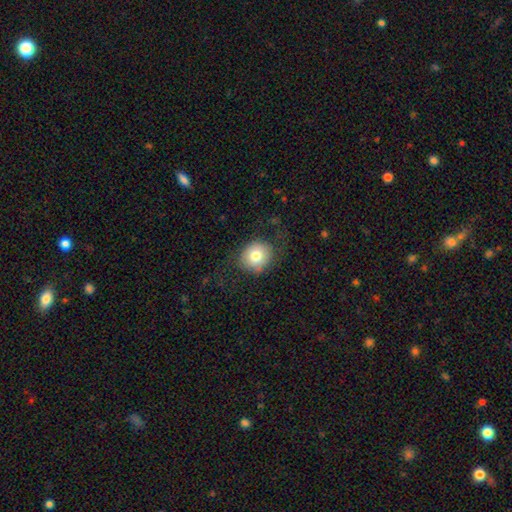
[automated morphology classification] Smooth or featured: smooth — 77% (featured or disk — 14%)
How rounded: round — 75% (in between — 24%)
Merging: none — 75% (minor disturbance — 16%)